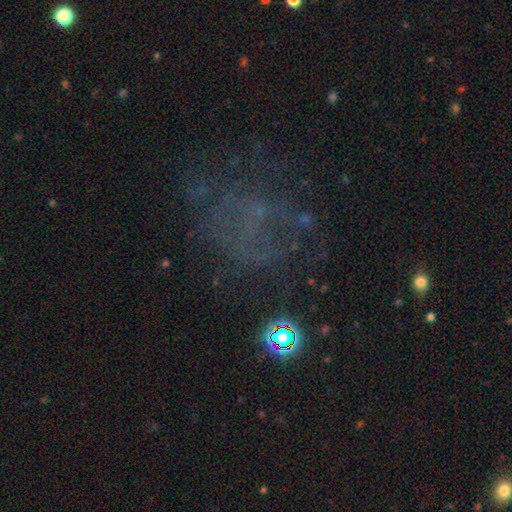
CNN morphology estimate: smooth-or-featured: featured or disk: 40% | star or artifact: 35% | smooth: 25%
  merging: none: 53% | major disturbance: 27% | minor disturbance: 17% | merger: 3%